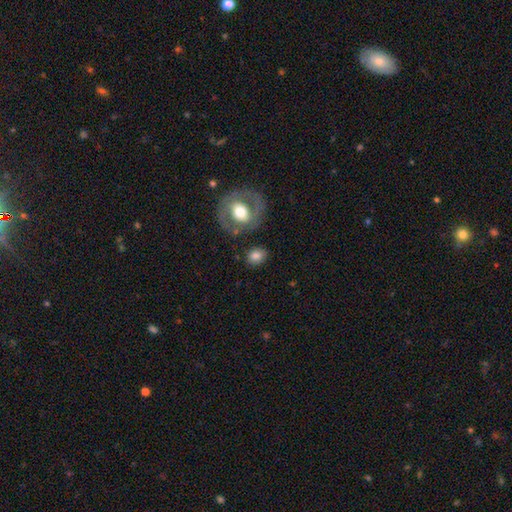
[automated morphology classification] A smooth galaxy with no disk features (75%) that is round (54%).

Vote fractions:
- Smooth or featured? smooth: 75% / featured or disk: 17% / star or artifact: 8%
- How rounded? round: 54% / in between: 45% / cigar-shaped: 1%
- Merging? none: 78% / minor disturbance: 11% / merger: 6% / major disturbance: 4%